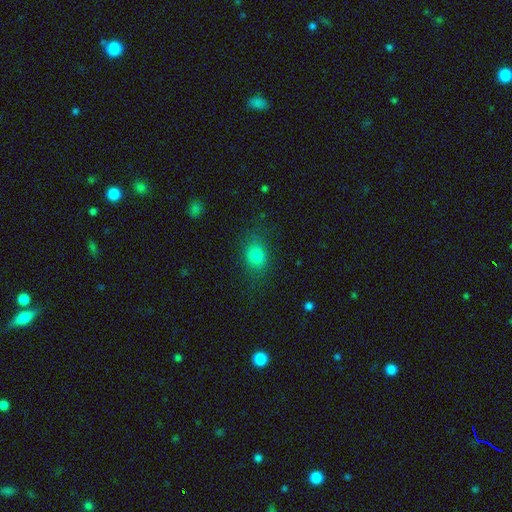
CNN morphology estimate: Overall: smooth (81%). How rounded: in between (56%; round 43%). Merging: none (78%).